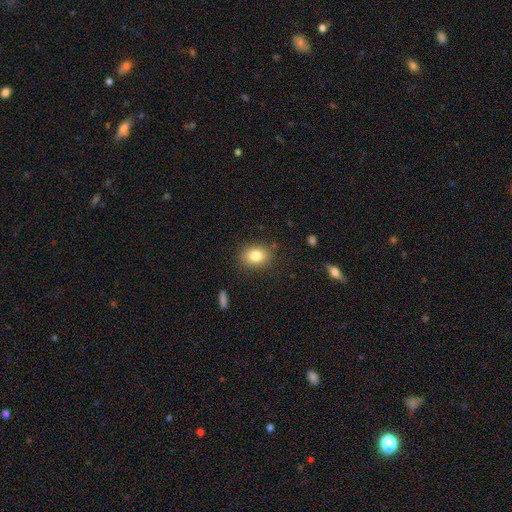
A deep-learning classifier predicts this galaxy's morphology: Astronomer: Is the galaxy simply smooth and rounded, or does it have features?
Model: smooth — 82%.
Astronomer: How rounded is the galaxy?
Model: in between — 56% (runner-up: round, 43%).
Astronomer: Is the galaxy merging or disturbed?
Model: none — 83%.